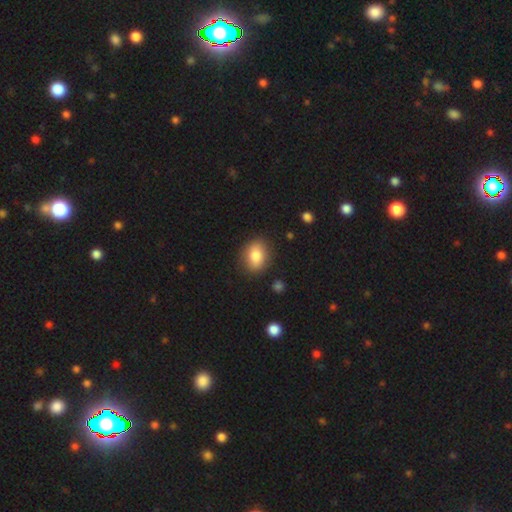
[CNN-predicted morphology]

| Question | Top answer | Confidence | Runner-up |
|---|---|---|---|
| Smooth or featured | smooth | 81% | featured or disk (11%) |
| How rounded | in between | 64% | round (34%) |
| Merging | none | 84% | minor disturbance (11%) |